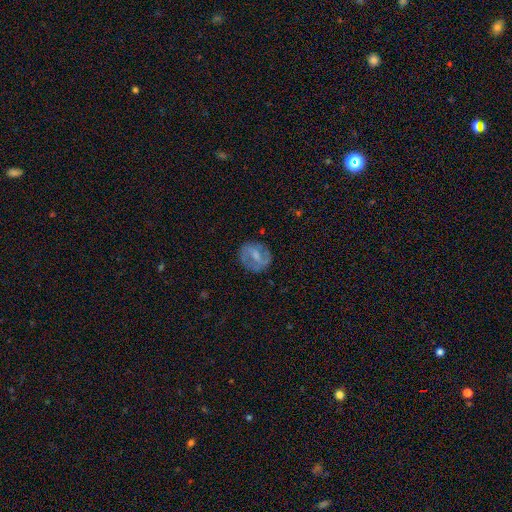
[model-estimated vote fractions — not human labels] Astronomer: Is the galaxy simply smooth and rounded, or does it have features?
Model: featured or disk — 62%.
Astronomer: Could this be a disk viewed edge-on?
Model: no — 97%.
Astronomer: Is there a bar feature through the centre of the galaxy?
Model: weak — 50% (runner-up: no, 25%).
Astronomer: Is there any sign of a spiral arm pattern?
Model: yes — 76%.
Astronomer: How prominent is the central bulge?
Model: moderate — 38% (runner-up: small, 32%).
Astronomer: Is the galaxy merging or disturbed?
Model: none — 77%.